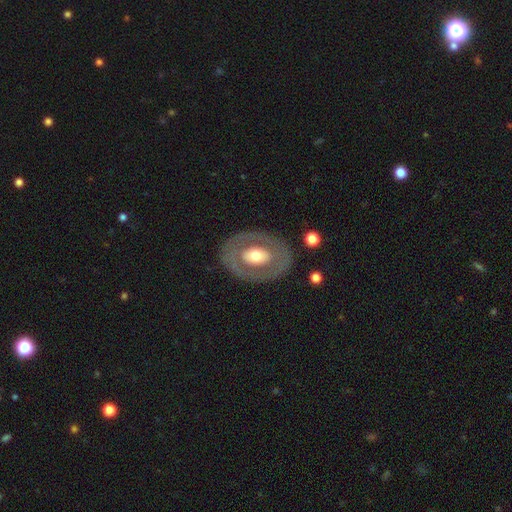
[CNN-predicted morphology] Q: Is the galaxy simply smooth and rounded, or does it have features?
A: featured or disk — 55%.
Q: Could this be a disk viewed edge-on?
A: no — 92%.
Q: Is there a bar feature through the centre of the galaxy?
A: no — 73%.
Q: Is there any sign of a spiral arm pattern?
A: no — 88%.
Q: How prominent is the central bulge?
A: moderate — 58%.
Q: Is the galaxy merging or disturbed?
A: none — 81%.